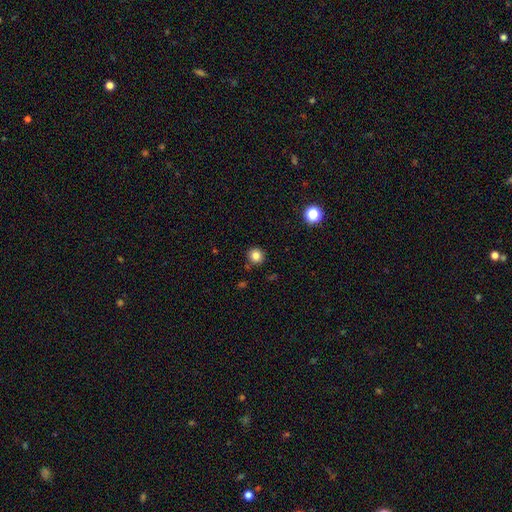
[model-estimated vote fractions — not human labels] smooth 82%, star or artifact 13%, featured or disk 5%. Down the decision tree: how rounded — round (92%); merging — none (88%).